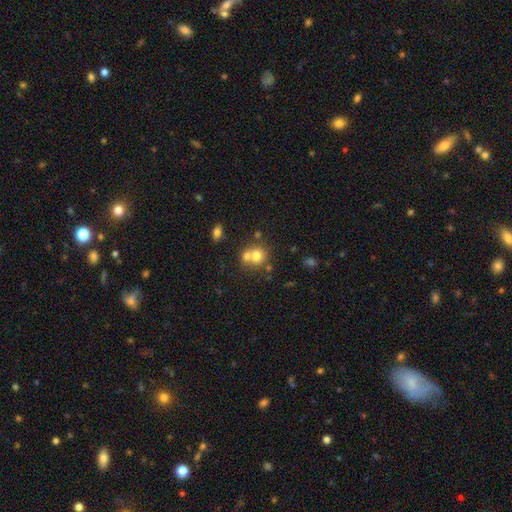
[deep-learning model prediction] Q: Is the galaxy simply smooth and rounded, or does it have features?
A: smooth — 71%.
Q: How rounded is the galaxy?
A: round — 79%.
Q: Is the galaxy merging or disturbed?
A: merger — 49%.